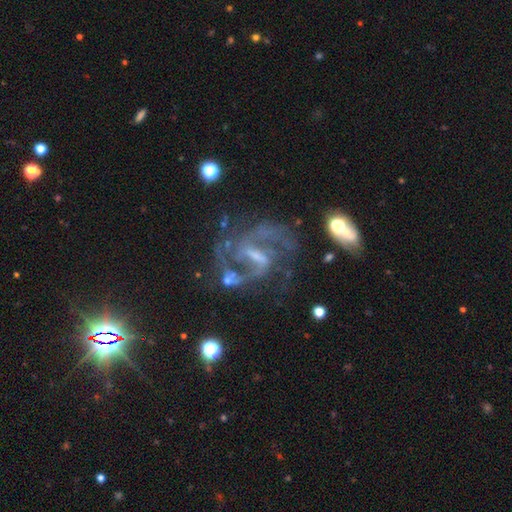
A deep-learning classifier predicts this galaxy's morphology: Smooth or featured? Predicted: featured or disk (p=0.89). Edge-on disk? Predicted: no (p=0.97). Bar? Predicted: weak (p=0.47). Spiral arms? Predicted: yes (p=0.96). Spiral winding? Predicted: medium (p=0.59). Spiral arm count? Predicted: 2 (p=0.83). Bulge size? Predicted: small (p=0.47). Merging? Predicted: none (p=0.61).